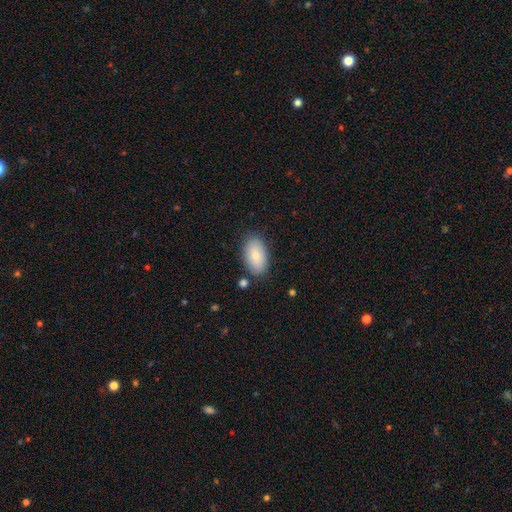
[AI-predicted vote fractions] Smooth or featured: smooth — 83% (featured or disk — 10%)
How rounded: in between — 95% (round — 4%)
Merging: none — 83% (minor disturbance — 12%)